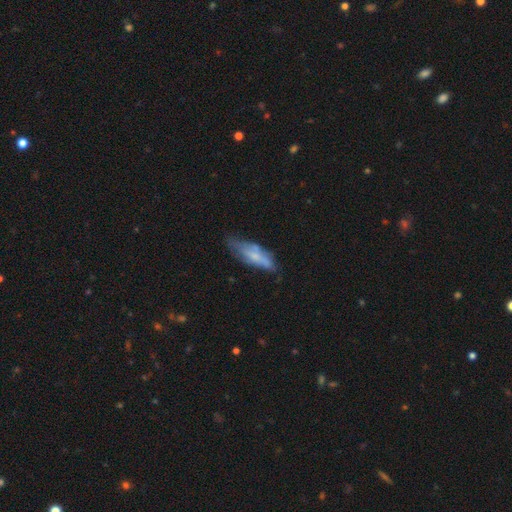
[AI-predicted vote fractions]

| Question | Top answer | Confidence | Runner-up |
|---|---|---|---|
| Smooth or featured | smooth | 52% | featured or disk (41%) |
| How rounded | cigar-shaped | 51% | in between (47%) |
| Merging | none | 49% | minor disturbance (33%) |